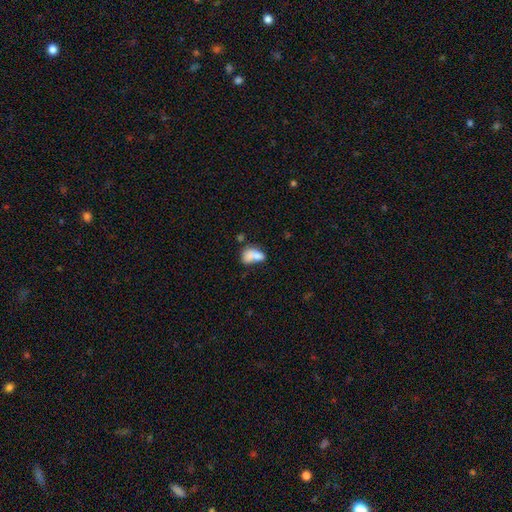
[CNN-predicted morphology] smooth 72%, featured or disk 19%, star or artifact 10%. Down the decision tree: how rounded — in between (84%); merging — merger (40%).